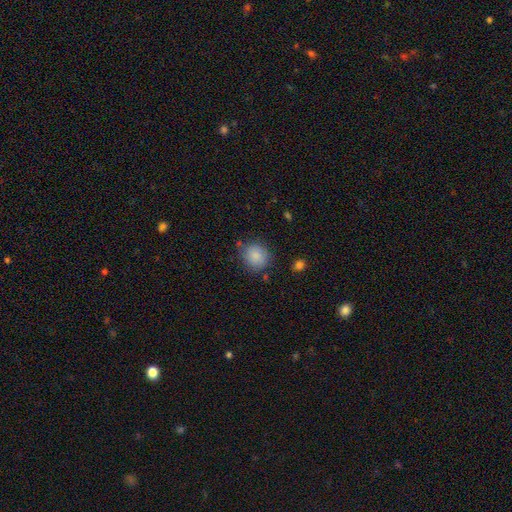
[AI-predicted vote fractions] A smooth galaxy with no disk features (85%) that is round (77%).

Vote fractions:
- Smooth or featured? smooth: 85% / star or artifact: 9% / featured or disk: 6%
- How rounded? round: 77% / in between: 22% / cigar-shaped: 1%
- Merging? none: 73% / minor disturbance: 18% / major disturbance: 5% / merger: 4%